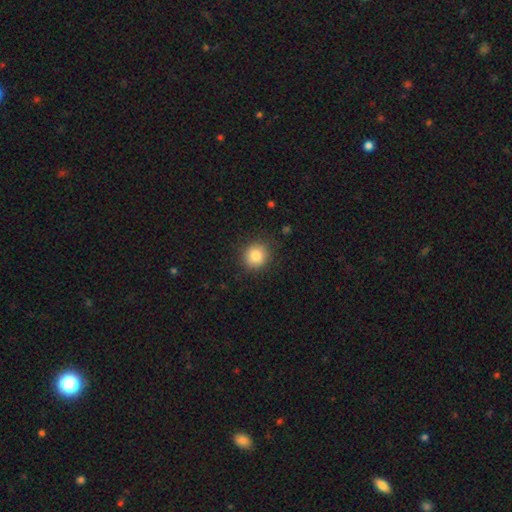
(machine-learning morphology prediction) Smooth or featured? smooth (84%)
How rounded? round (87%)
Merging? none (88%)